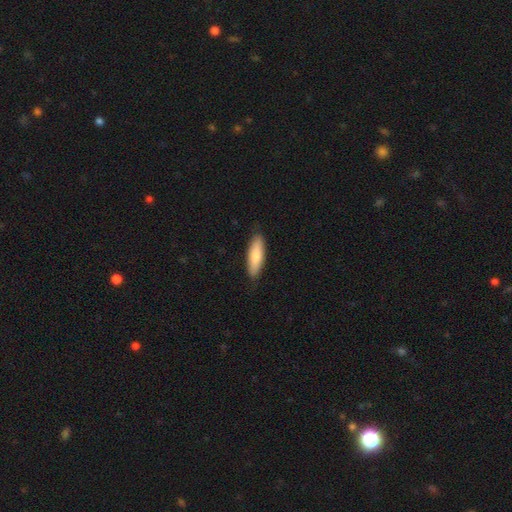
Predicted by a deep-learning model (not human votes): Smooth or featured: smooth — 78% (featured or disk — 16%)
How rounded: cigar-shaped — 54% (in between — 44%)
Merging: none — 87% (minor disturbance — 10%)